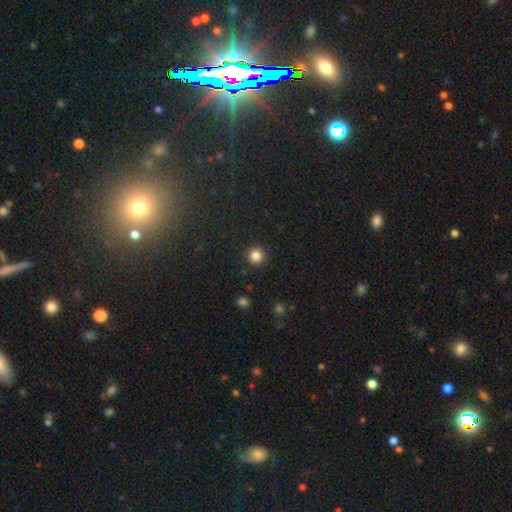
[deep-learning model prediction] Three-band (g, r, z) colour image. It shows a smooth galaxy with no disk features (85%) that is round (95%). Merging: none (92%).